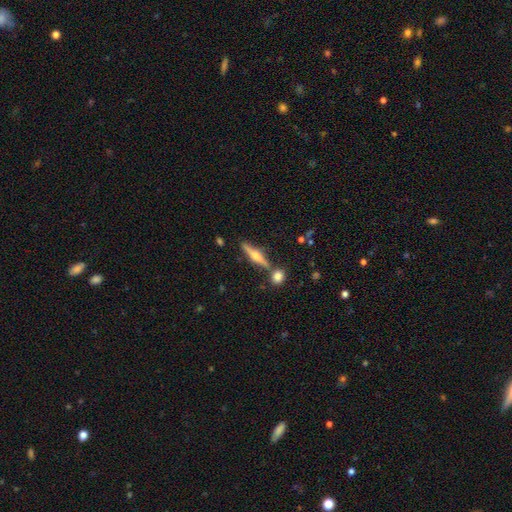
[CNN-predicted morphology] Smooth or featured? featured or disk (69%)
Edge-on disk? yes (97%)
Edge-on bulge? rounded (90%)
Merging? none (78%)